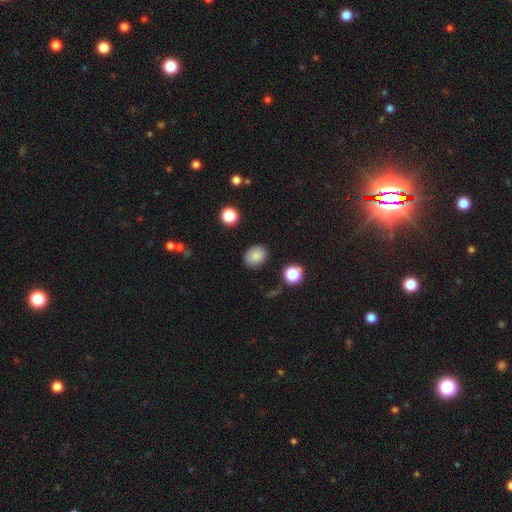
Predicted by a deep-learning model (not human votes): This is clearly a smooth galaxy (83%). How rounded: possibly in between (57%). Merging: clearly none (82%).